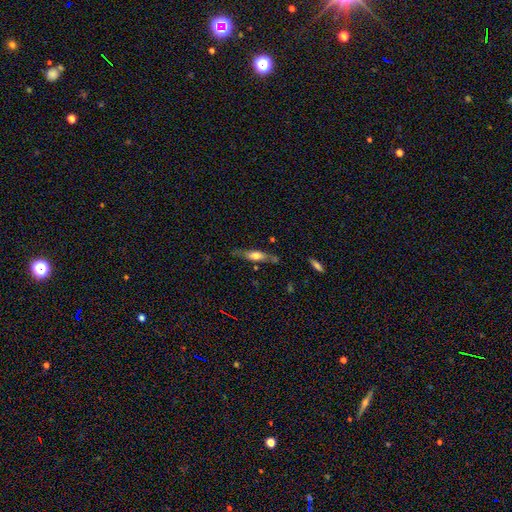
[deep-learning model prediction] smooth-or-featured: smooth: 48% | featured or disk: 45% | star or artifact: 7%
  merging: none: 66% | minor disturbance: 22% | major disturbance: 6% | merger: 6%